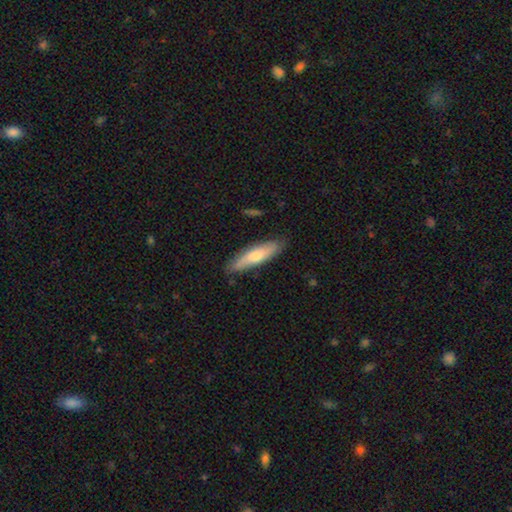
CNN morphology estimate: This appears to be a smooth galaxy with no disk features (64%) that is cigar-shaped (70%). Merging: none (84%).